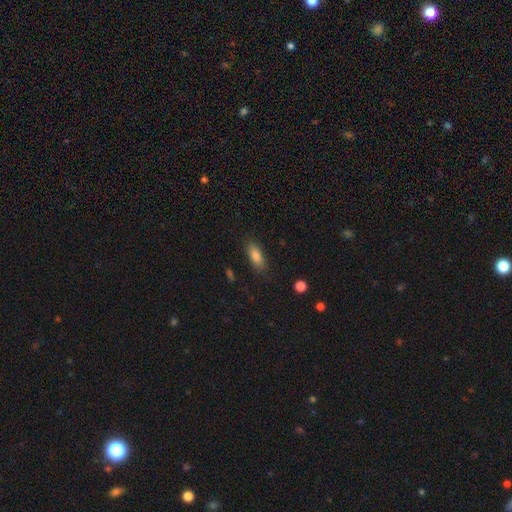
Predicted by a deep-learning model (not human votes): Smooth or featured?
  - smooth: 83% *
  - featured or disk: 9%
  - star or artifact: 8%
How rounded?
  - in between: 79% *
  - cigar-shaped: 18%
  - round: 3%
Merging?
  - none: 85% *
  - minor disturbance: 11%
  - major disturbance: 3%
  - merger: 1%